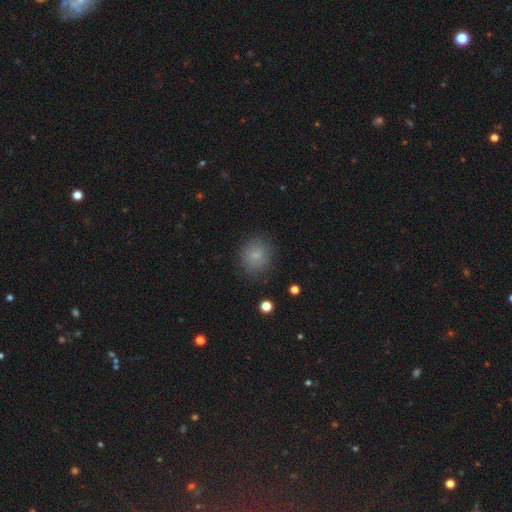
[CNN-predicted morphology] smooth-or-featured: smooth: 78% | featured or disk: 11% | star or artifact: 11%
  how-rounded: round: 77% | in between: 22% | cigar-shaped: 1%
  merging: none: 81% | minor disturbance: 13% | major disturbance: 4% | merger: 1%